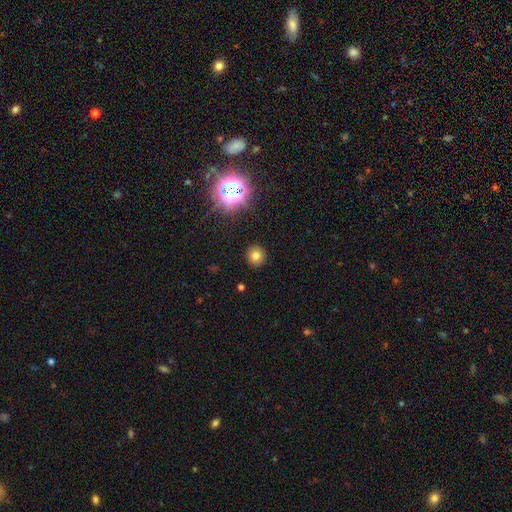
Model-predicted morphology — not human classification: Smooth or featured?
  - smooth: 74% *
  - star or artifact: 18%
  - featured or disk: 8%
How rounded?
  - round: 92% *
  - in between: 7%
  - cigar-shaped: 1%
Merging?
  - none: 91% *
  - minor disturbance: 5%
  - major disturbance: 2%
  - merger: 1%